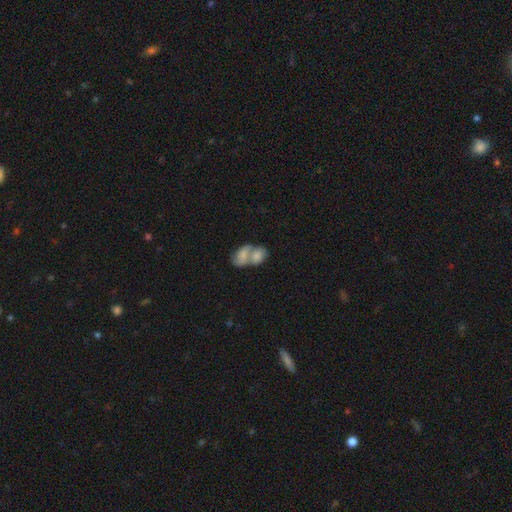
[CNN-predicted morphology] Q: Smooth or featured?
A: smooth (61%); runner-up: featured or disk (29%)
Q: How rounded?
A: in between (75%); runner-up: round (22%)
Q: Merging?
A: merger (74%); runner-up: none (16%)